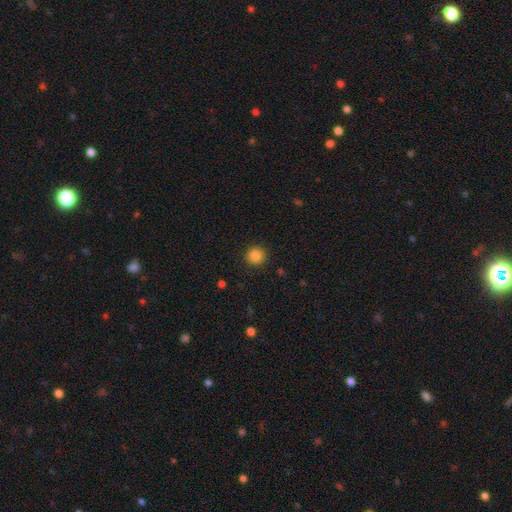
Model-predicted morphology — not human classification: This is clearly a smooth galaxy (85%). How rounded: clearly round (94%). Merging: clearly none (91%).